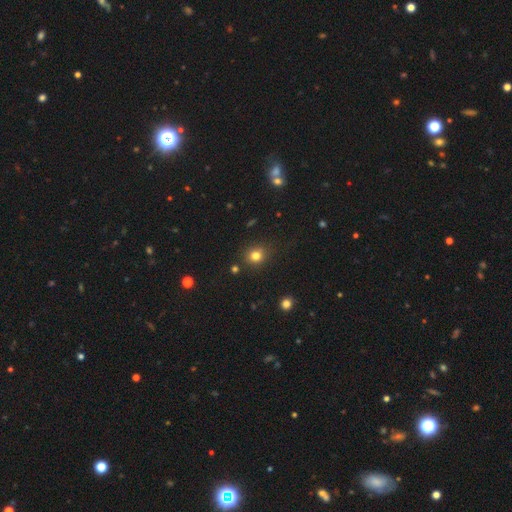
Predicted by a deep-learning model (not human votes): Overall: smooth (78%). How rounded: round (84%). Merging: none (84%).